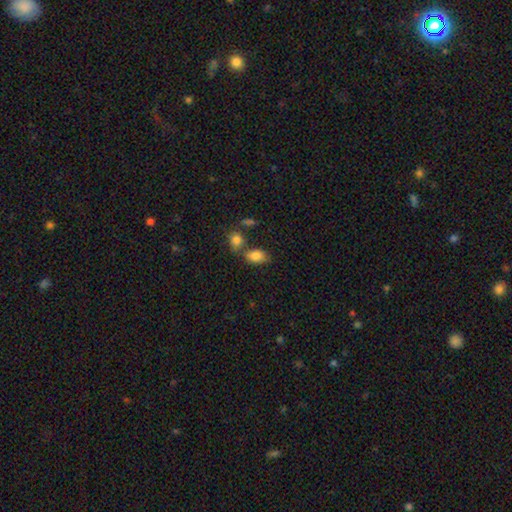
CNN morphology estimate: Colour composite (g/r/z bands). It shows a smooth galaxy with no disk features (83%) that is in between round and cigar-shaped (86%). Merging: none (56%).